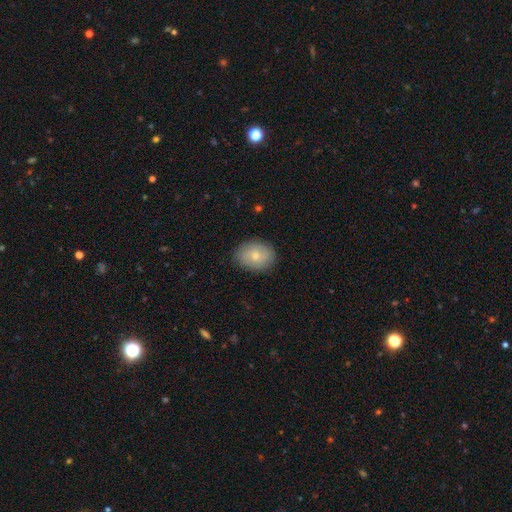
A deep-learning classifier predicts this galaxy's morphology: The model was most divided on "how rounded": in between: 60%, round: 39%, cigar-shaped: 1%. More confident: merging — none (85%); smooth or featured — smooth (72%).